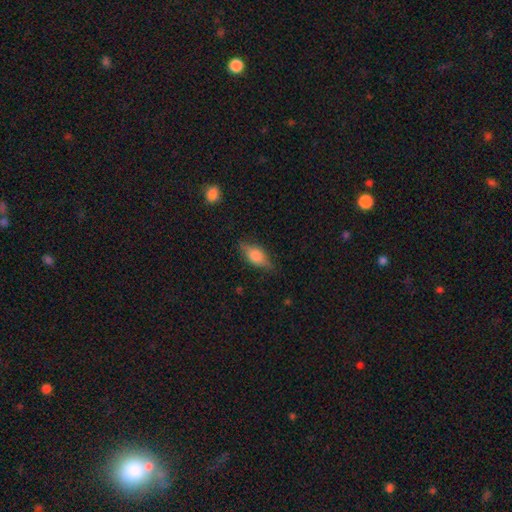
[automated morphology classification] smooth_or_featured: smooth (p=0.64) [alt: featured or disk p=0.28]
how_rounded: in between (p=0.79) [alt: cigar-shaped p=0.16]
merging: none (p=0.76) [alt: minor disturbance p=0.18]